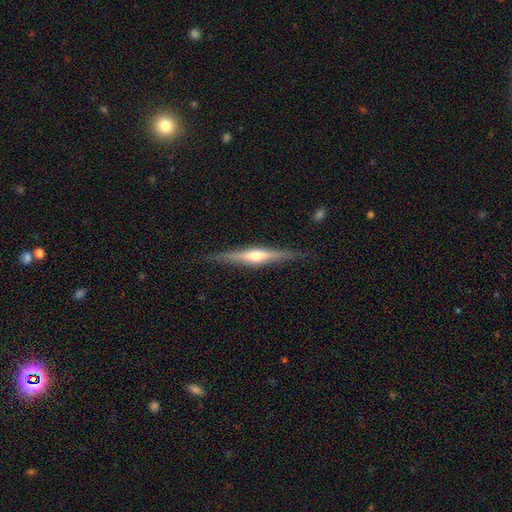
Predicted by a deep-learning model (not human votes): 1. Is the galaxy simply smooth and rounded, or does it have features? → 68% featured or disk, 27% smooth, 6% star or artifact.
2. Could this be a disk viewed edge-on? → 97% yes, 3% no.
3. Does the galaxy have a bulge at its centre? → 87% rounded, 7% boxy, 7% none.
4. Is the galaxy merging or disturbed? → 86% none, 11% minor disturbance, 2% major disturbance, 1% merger.